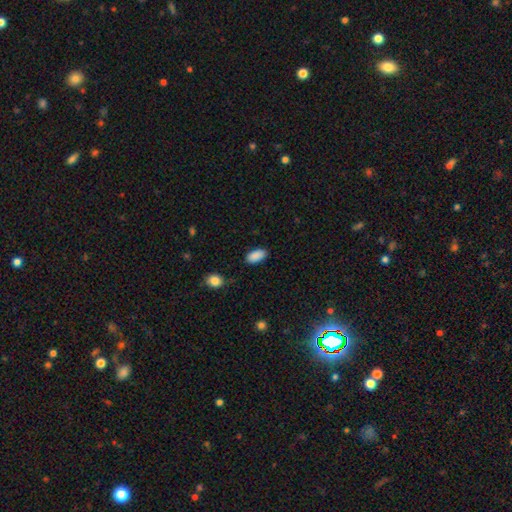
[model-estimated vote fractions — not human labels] A smooth galaxy with no disk features (89%) that is in between round and cigar-shaped (93%).

Vote fractions:
- Smooth or featured? smooth: 89% / star or artifact: 7% / featured or disk: 3%
- How rounded? in between: 93% / cigar-shaped: 4% / round: 3%
- Merging? none: 84% / minor disturbance: 11% / major disturbance: 3% / merger: 2%